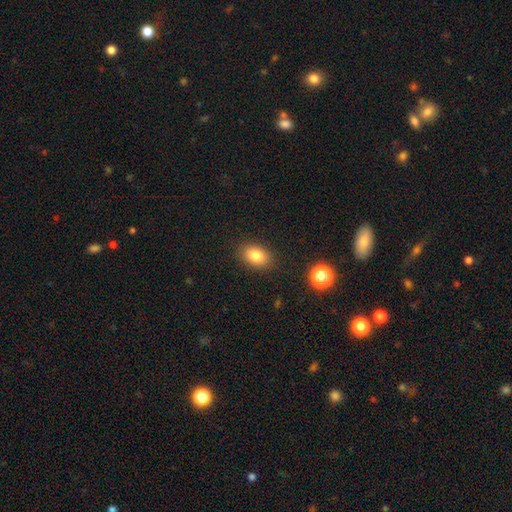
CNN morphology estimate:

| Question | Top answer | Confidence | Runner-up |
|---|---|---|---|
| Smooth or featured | smooth | 82% | star or artifact (10%) |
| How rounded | in between | 81% | round (17%) |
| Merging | none | 87% | minor disturbance (9%) |